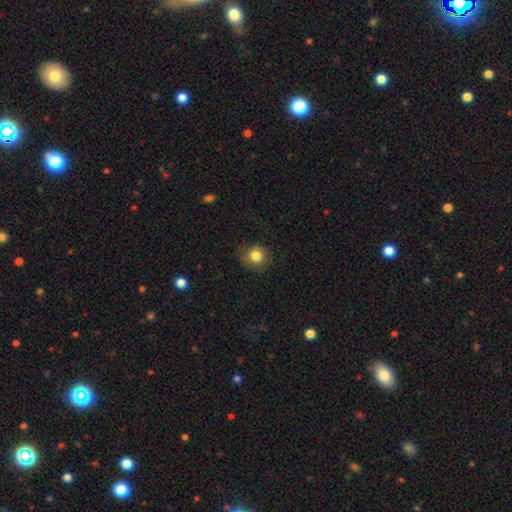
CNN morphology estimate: Smooth or featured?
  - smooth: 81% *
  - featured or disk: 9%
  - star or artifact: 9%
How rounded?
  - round: 80% *
  - in between: 19%
  - cigar-shaped: 1%
Merging?
  - none: 74% *
  - minor disturbance: 18%
  - major disturbance: 7%
  - merger: 1%